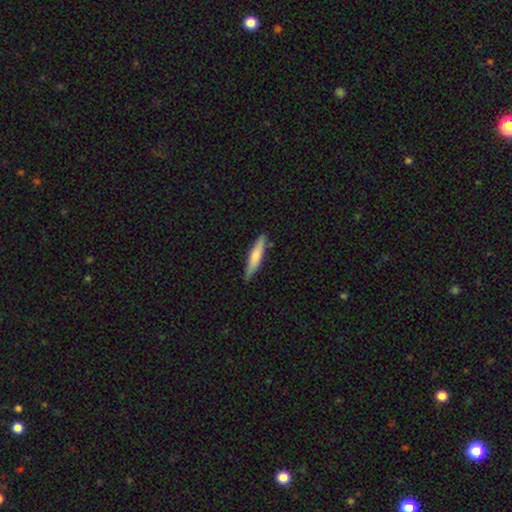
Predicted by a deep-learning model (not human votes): Smooth or featured: smooth — 66% (featured or disk — 29%)
How rounded: cigar-shaped — 87% (in between — 11%)
Merging: none — 85% (minor disturbance — 12%)